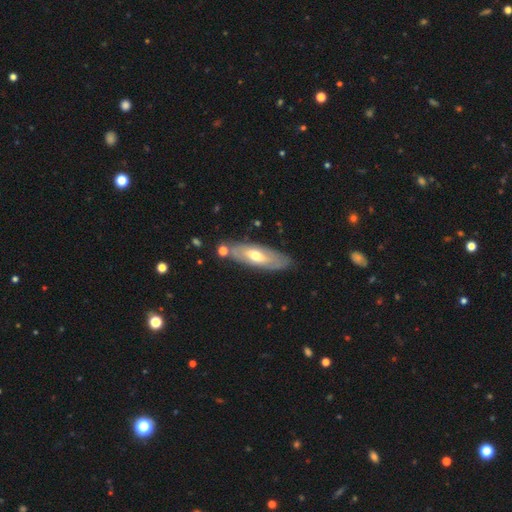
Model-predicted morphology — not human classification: Smooth or featured? featured or disk (55%)
Edge-on disk? no (70%)
Merging? none (78%)